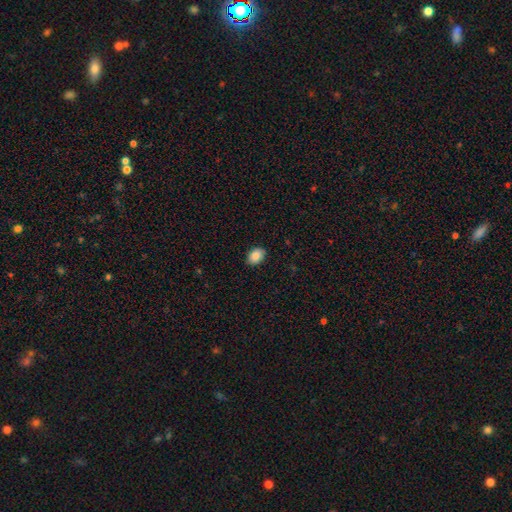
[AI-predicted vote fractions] This appears to be a smooth galaxy with no disk features (87%) that is in between round and cigar-shaped (79%). Merging: none (88%).